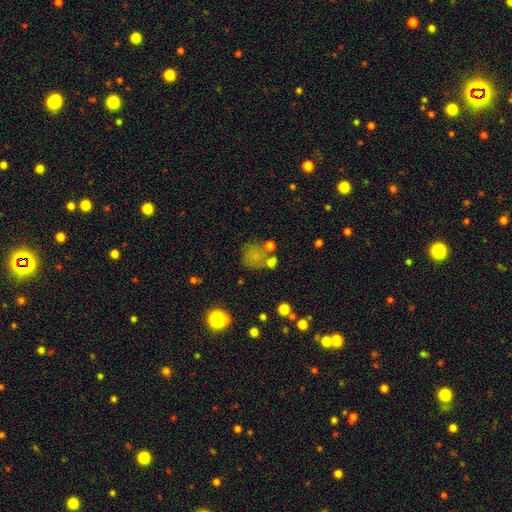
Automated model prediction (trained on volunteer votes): This is likely a smooth galaxy (64%). How rounded: clearly round (81%). Merging: possibly none (56%).